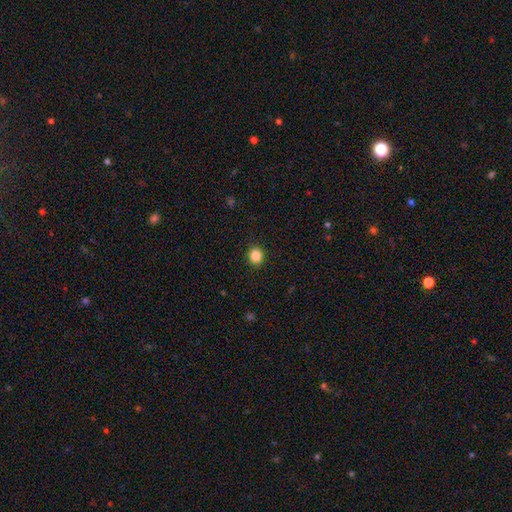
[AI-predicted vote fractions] A smooth galaxy with no disk features (86%) that is round (82%). Merging: none (92%).